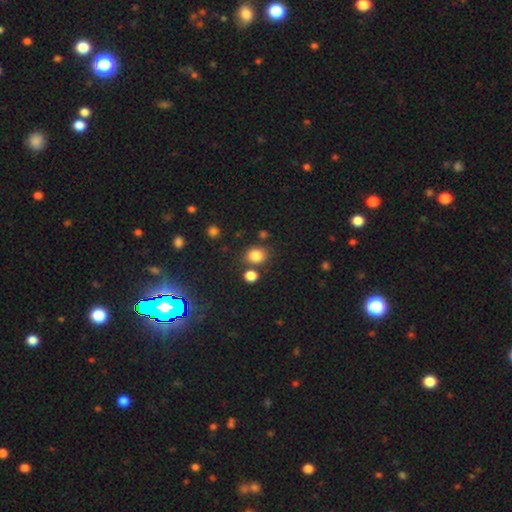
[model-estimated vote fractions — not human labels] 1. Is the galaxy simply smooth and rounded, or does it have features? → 82% smooth, 13% star or artifact, 5% featured or disk.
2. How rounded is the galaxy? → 64% round, 36% in between, 1% cigar-shaped.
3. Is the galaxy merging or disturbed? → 74% none, 12% merger, 10% minor disturbance, 4% major disturbance.